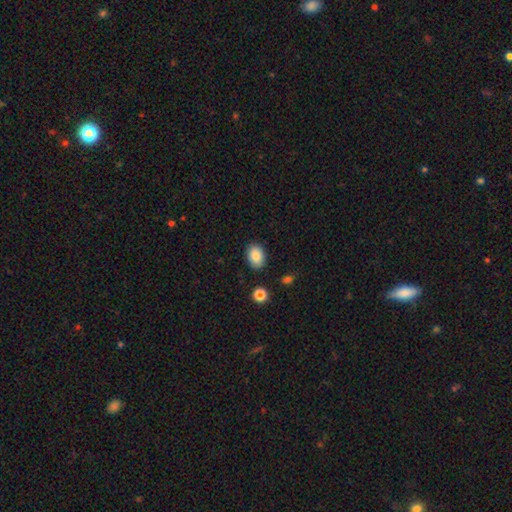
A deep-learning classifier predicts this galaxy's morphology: smooth-or-featured: smooth: 86% | star or artifact: 8% | featured or disk: 6%
  how-rounded: in between: 80% | round: 19% | cigar-shaped: 1%
  merging: none: 86% | minor disturbance: 10% | major disturbance: 2% | merger: 2%